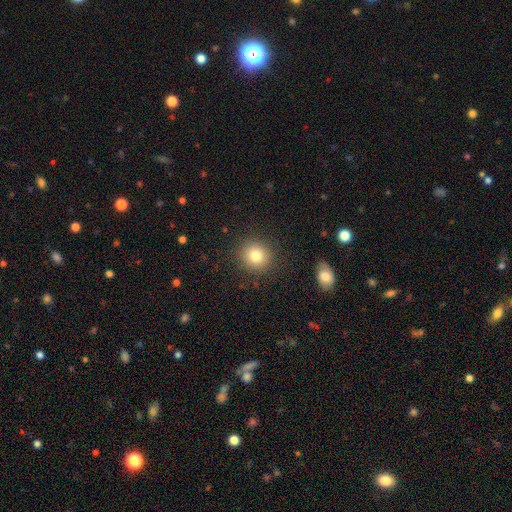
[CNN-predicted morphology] This is clearly a smooth galaxy (81%). How rounded: clearly round (90%). Merging: clearly none (89%).